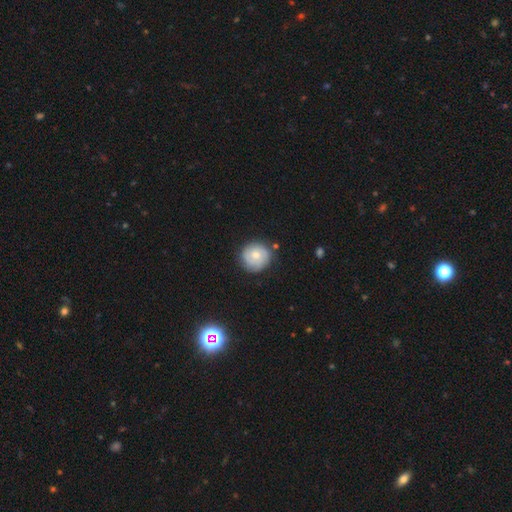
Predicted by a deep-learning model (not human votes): Smooth or featured: smooth — 51% (featured or disk — 43%)
How rounded: round — 92% (in between — 7%)
Merging: none — 78% (minor disturbance — 16%)